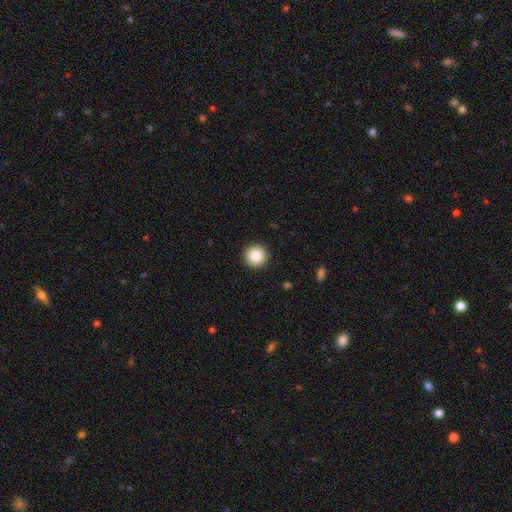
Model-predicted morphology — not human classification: Smooth or featured?
  - smooth: 88% *
  - star or artifact: 9%
  - featured or disk: 4%
How rounded?
  - round: 96% *
  - in between: 3%
  - cigar-shaped: 1%
Merging?
  - none: 93% *
  - minor disturbance: 5%
  - major disturbance: 2%
  - merger: 1%